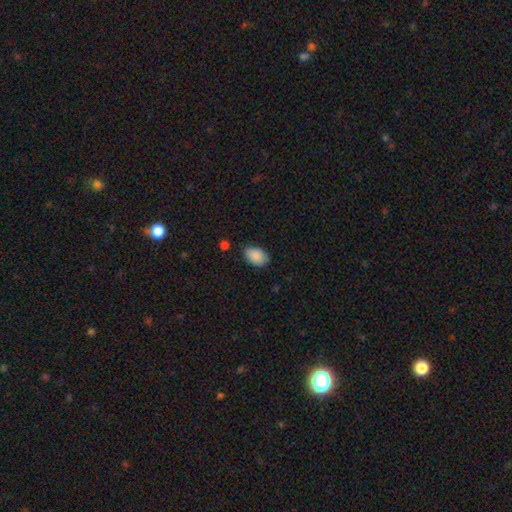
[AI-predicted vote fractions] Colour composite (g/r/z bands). It shows a smooth galaxy with no disk features (89%) that is in between round and cigar-shaped (88%). Merging: none (75%).